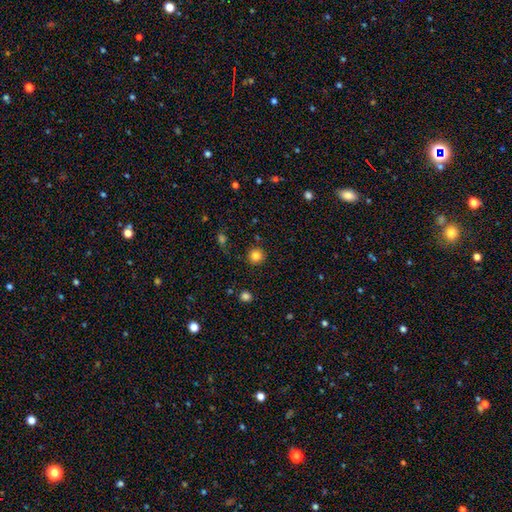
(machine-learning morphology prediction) smooth 83%, star or artifact 12%, featured or disk 5%. Down the decision tree: how rounded — round (94%); merging — none (89%).